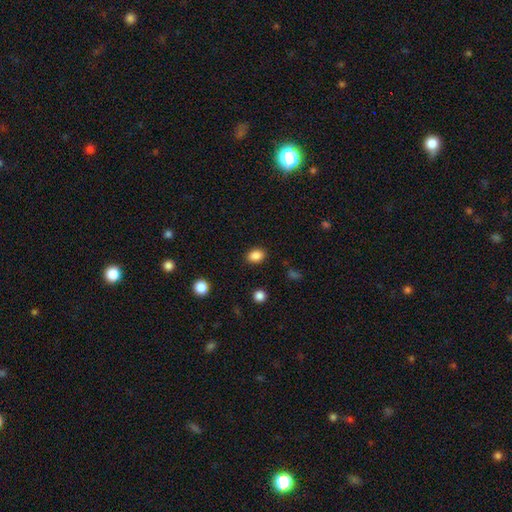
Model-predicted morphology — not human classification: This appears to be a smooth galaxy with no disk features (86%) that is in between round and cigar-shaped (70%). Merging: none (88%).